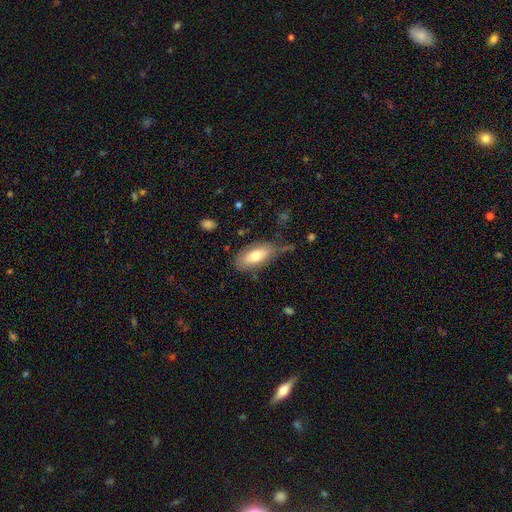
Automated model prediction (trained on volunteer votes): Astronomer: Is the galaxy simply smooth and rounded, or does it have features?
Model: smooth — 71%.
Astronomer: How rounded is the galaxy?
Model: in between — 87%.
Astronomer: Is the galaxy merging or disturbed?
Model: none — 54% (runner-up: minor disturbance, 30%).